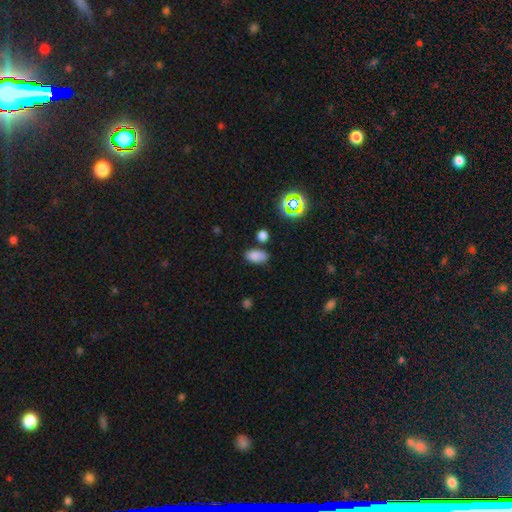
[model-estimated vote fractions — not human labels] Smooth or featured? smooth (80%)
How rounded? in between (91%)
Merging? none (74%)